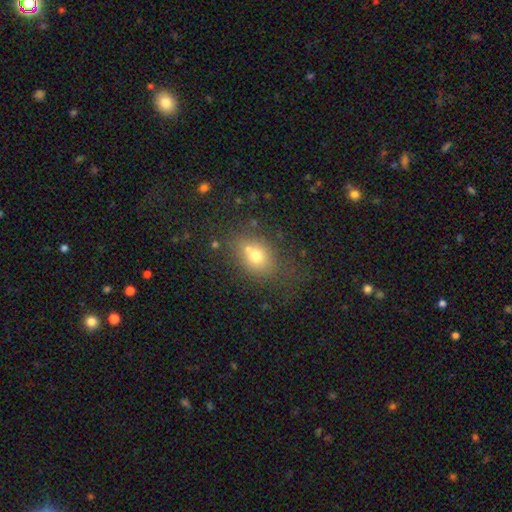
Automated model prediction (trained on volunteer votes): Morphology: type=smooth (70%); roundness=in between (55%); merging=none (55%).